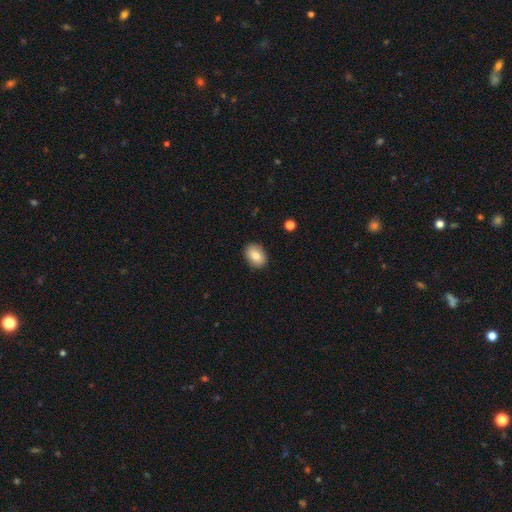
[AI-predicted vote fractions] This appears to be a smooth galaxy with no disk features (83%) that is in between round and cigar-shaped (77%). Merging: none (88%).